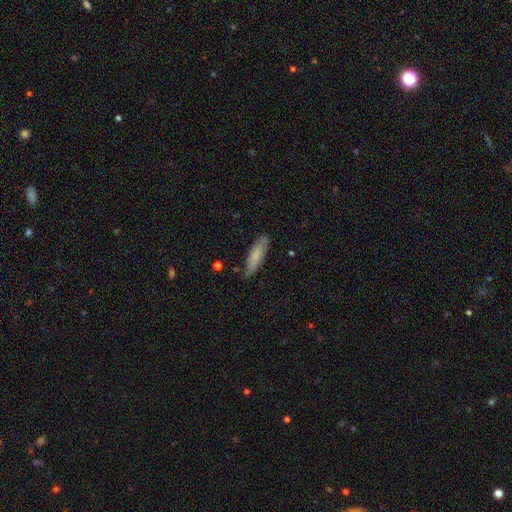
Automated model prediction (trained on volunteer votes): Smooth or featured: smooth — 71% (featured or disk — 22%)
How rounded: cigar-shaped — 64% (in between — 35%)
Merging: none — 78% (minor disturbance — 18%)